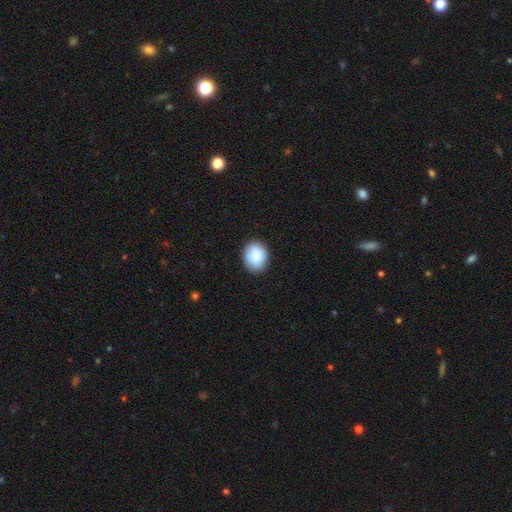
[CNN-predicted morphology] smooth 88%, star or artifact 7%, featured or disk 5%. Down the decision tree: how rounded — round (51%); merging — none (87%).